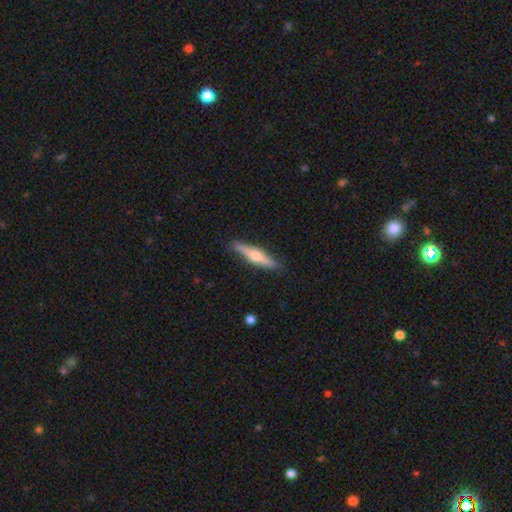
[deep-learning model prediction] This is likely a featured or disk galaxy (60%). It is clearly viewed edge-on (96%). Edge-on bulge: clearly rounded (92%). Merging: clearly none (88%).